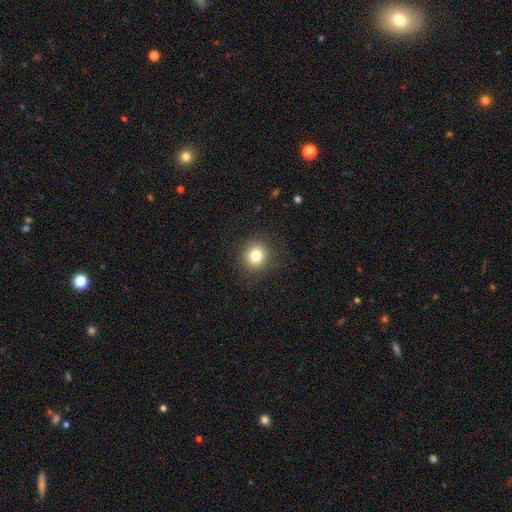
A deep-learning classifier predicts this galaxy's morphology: Smooth or featured? Predicted: smooth (p=0.81). How rounded? Predicted: round (p=0.89). Merging? Predicted: none (p=0.89).